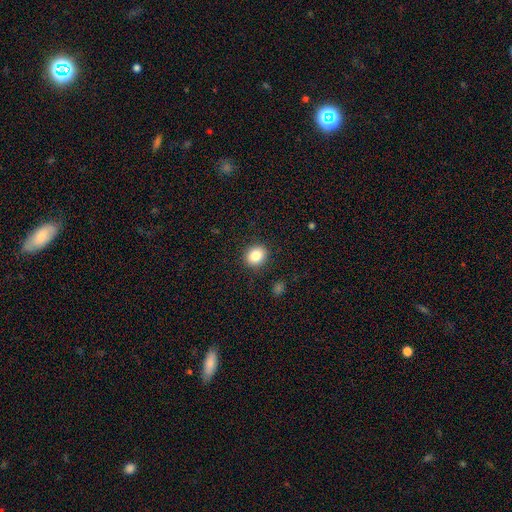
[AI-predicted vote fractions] Morphology: type=smooth (84%); roundness=round (74%); merging=none (90%).